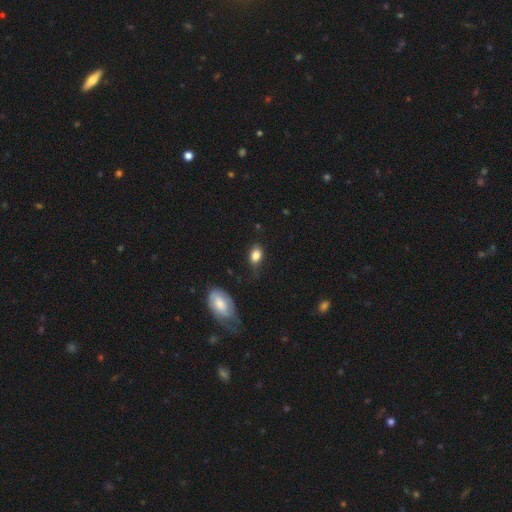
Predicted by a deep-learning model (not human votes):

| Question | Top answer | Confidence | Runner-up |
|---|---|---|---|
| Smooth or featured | smooth | 83% | featured or disk (10%) |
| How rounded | in between | 82% | round (16%) |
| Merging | none | 54% | minor disturbance (31%) |